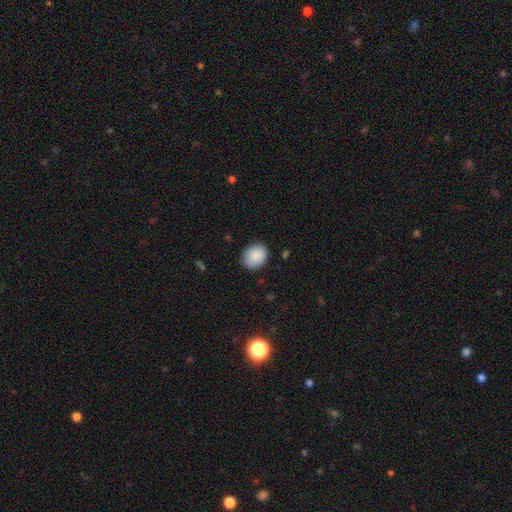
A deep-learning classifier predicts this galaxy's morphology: Smooth or featured? Predicted: smooth (p=0.88). How rounded? Predicted: round (p=0.60). Merging? Predicted: none (p=0.85).